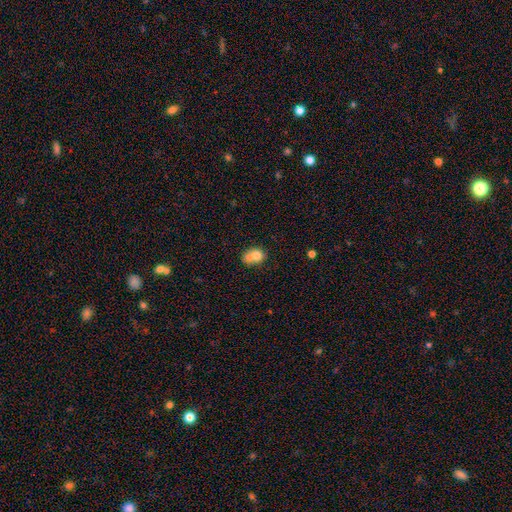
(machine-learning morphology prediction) type=smooth (72%); roundness=in between (57%); merging=merger (42%).